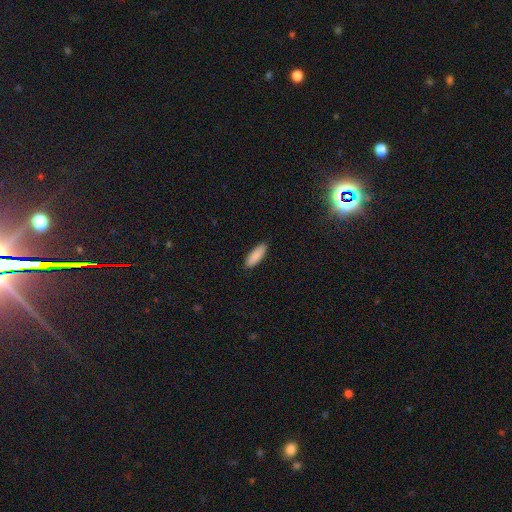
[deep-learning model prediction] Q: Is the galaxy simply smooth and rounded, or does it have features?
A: smooth — 90%.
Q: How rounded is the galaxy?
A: in between — 54%.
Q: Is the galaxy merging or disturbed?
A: none — 90%.